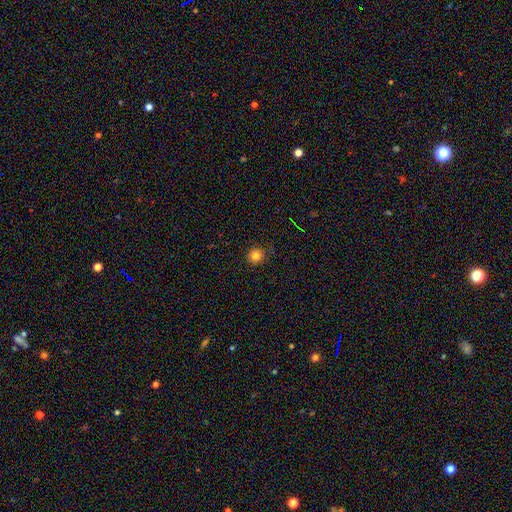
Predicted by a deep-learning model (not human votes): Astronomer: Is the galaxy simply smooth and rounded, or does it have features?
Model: smooth — 80%.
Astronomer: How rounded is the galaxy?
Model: round — 91%.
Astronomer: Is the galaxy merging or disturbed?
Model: none — 83%.